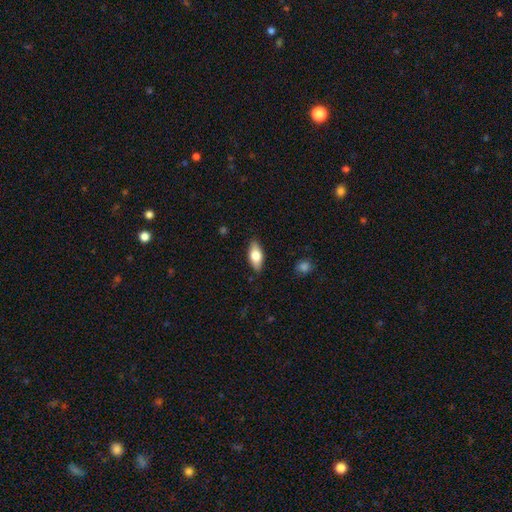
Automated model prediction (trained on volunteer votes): Smooth or featured? Predicted: smooth (p=0.69). How rounded? Predicted: in between (p=0.83). Merging? Predicted: none (p=0.86).